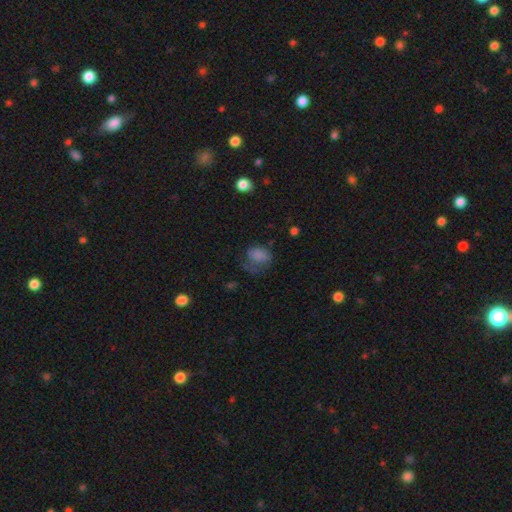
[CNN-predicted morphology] type=smooth (60%); roundness=in between (59%); merging=none (42%).